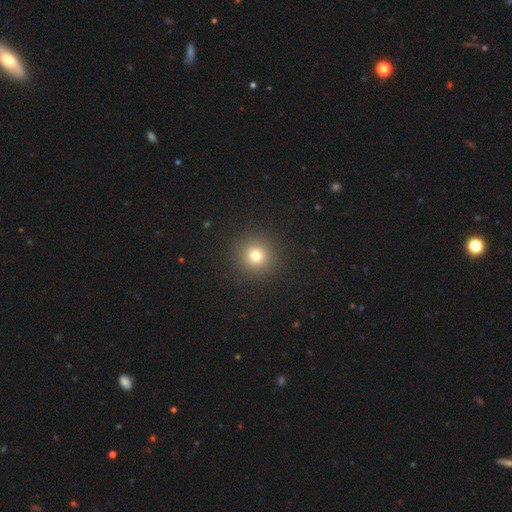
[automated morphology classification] smooth 77%, star or artifact 15%, featured or disk 8%. Down the decision tree: how rounded — round (95%); merging — none (92%).